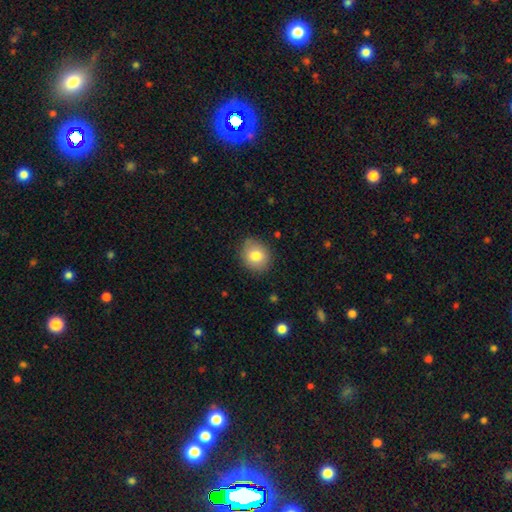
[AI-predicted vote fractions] smooth-or-featured: smooth: 79% | featured or disk: 12% | star or artifact: 9%
  how-rounded: round: 65% | in between: 34% | cigar-shaped: 1%
  merging: none: 83% | minor disturbance: 13% | major disturbance: 3% | merger: 1%